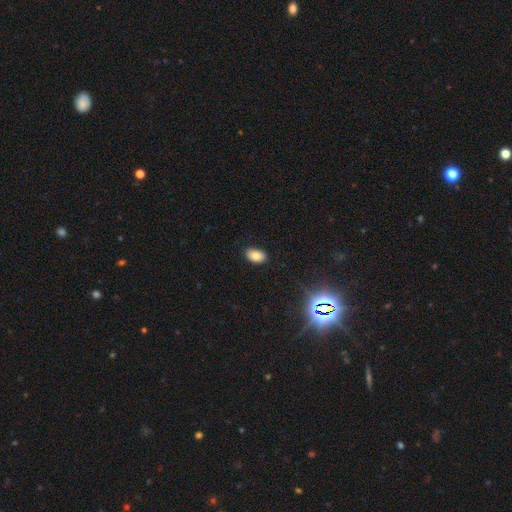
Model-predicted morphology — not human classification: Q: Smooth or featured?
A: smooth (80%); runner-up: star or artifact (11%)
Q: How rounded?
A: in between (89%); runner-up: round (10%)
Q: Merging?
A: none (86%); runner-up: minor disturbance (11%)